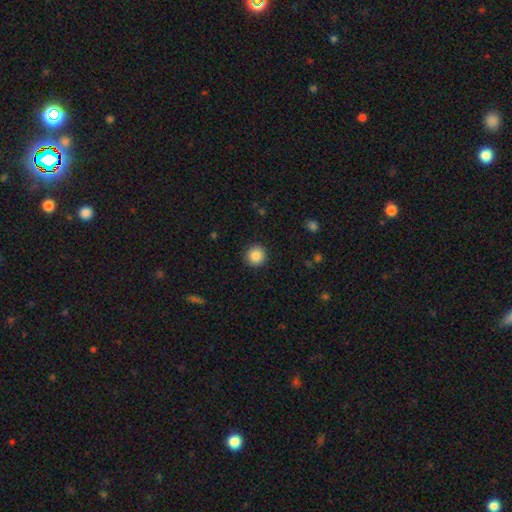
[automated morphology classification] Smooth or featured? smooth (86%)
How rounded? round (95%)
Merging? none (92%)